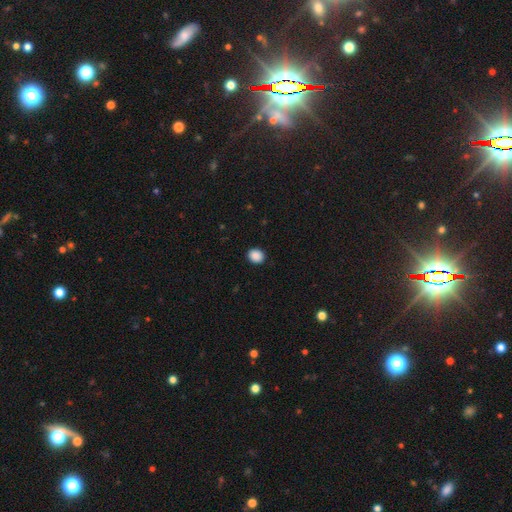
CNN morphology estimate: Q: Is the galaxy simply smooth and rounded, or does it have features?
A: smooth — 89%.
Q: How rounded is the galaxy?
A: round — 69%.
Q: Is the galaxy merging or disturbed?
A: none — 91%.